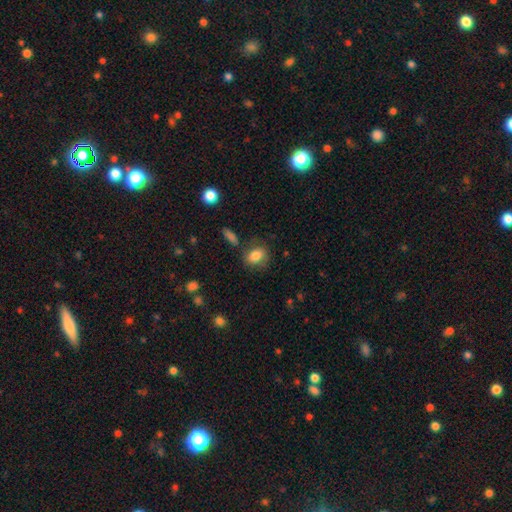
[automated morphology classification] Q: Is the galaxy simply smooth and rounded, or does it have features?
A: smooth — 80%.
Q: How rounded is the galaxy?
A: in between — 63%.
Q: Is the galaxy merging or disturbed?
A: none — 73%.